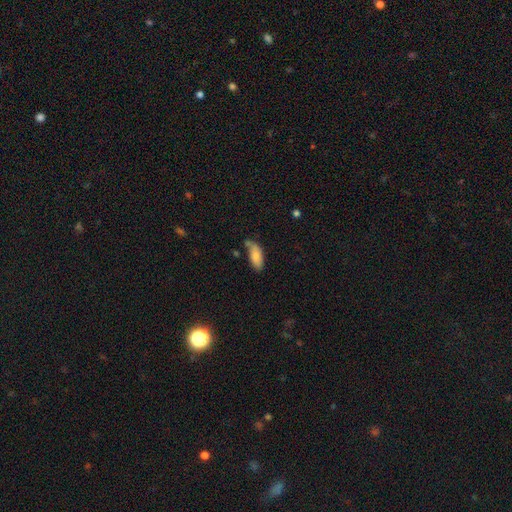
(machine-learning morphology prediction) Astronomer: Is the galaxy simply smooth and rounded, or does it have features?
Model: smooth — 80%.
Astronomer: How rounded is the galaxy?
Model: in between — 83%.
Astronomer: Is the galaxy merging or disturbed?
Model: none — 56%.